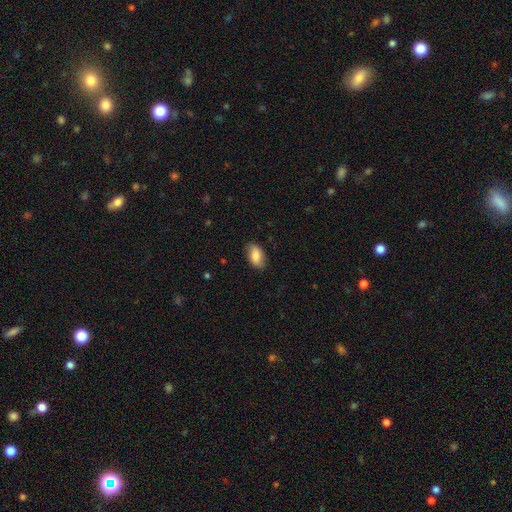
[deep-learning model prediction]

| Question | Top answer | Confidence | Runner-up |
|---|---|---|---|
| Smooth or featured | smooth | 83% | featured or disk (11%) |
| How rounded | in between | 92% | round (6%) |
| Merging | none | 82% | minor disturbance (14%) |